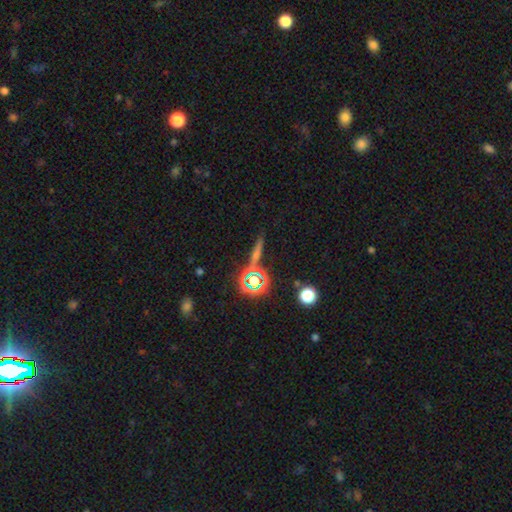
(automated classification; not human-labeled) A star or artifact, not a galaxy (47%).